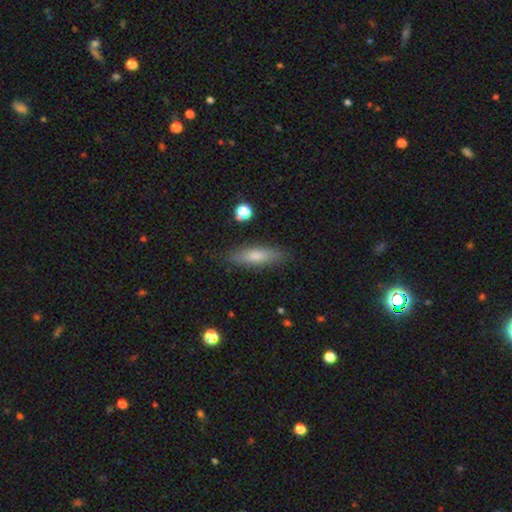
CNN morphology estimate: smooth 66%, featured or disk 26%, star or artifact 8%. Down the decision tree: how rounded — cigar-shaped (64%); merging — none (86%).